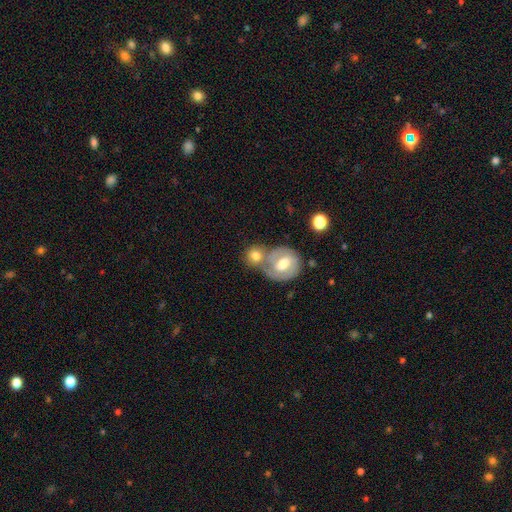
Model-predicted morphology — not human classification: Smooth or featured? Predicted: smooth (p=0.64). How rounded? Predicted: round (p=0.77). Merging? Predicted: merger (p=0.49).